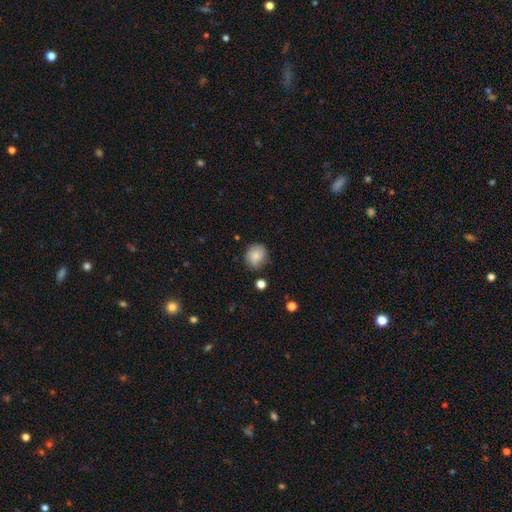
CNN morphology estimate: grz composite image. It shows a smooth galaxy with no disk features (83%) that is round (76%). Merging: none (78%).